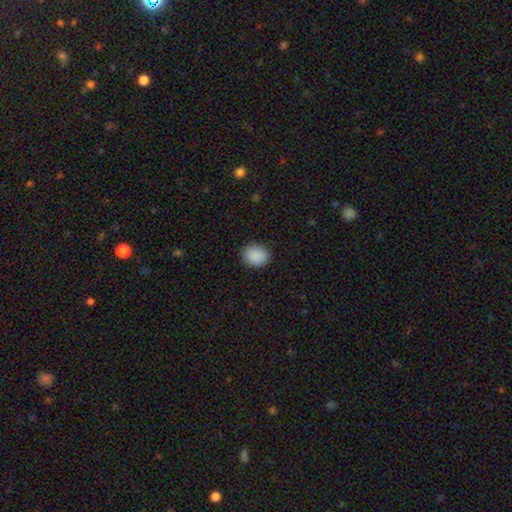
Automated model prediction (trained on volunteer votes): A smooth galaxy with no disk features (89%) that is round (61%). Merging: none (86%).